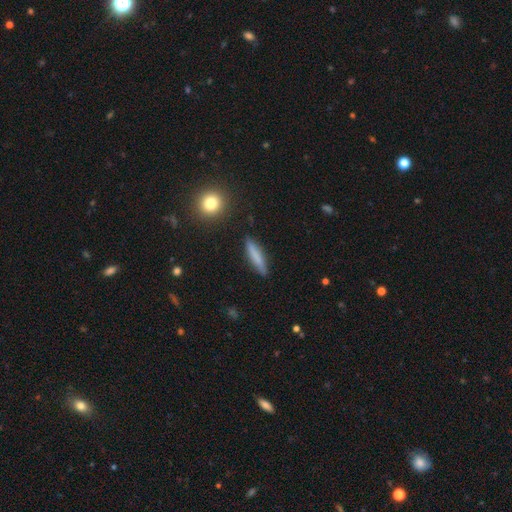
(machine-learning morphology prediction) type=smooth (73%); roundness=cigar-shaped (87%); merging=none (87%).